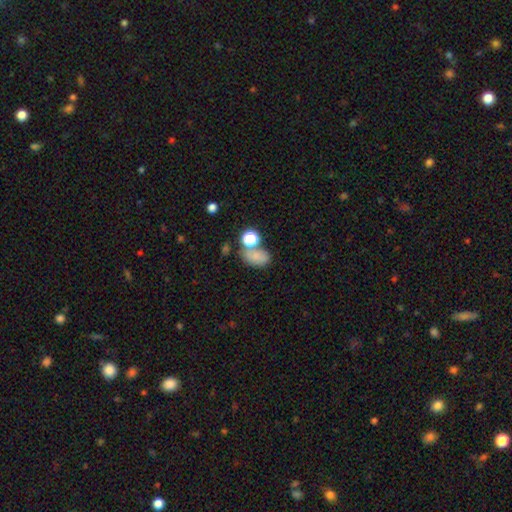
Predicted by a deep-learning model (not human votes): A smooth galaxy with no disk features (73%) that is in between round and cigar-shaped (78%).

Vote fractions:
- Smooth or featured? smooth: 73% / star or artifact: 17% / featured or disk: 10%
- How rounded? in between: 78% / round: 21% / cigar-shaped: 2%
- Merging? none: 47% / merger: 28% / minor disturbance: 16% / major disturbance: 9%